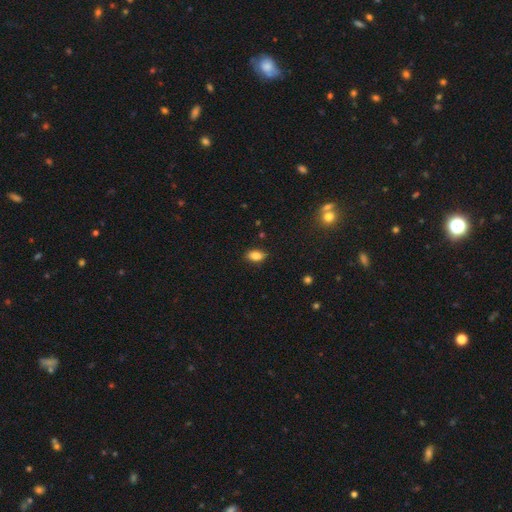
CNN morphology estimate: The model was most divided on "smooth or featured": smooth: 81%, featured or disk: 9%, star or artifact: 9%. More confident: how rounded — in between (86%); merging — none (84%).